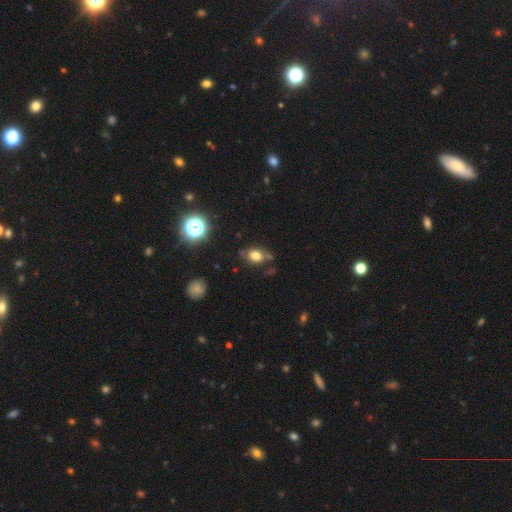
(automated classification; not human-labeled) This appears to be a smooth galaxy with no disk features (72%) that is in between round and cigar-shaped (62%). Merging: none (67%).